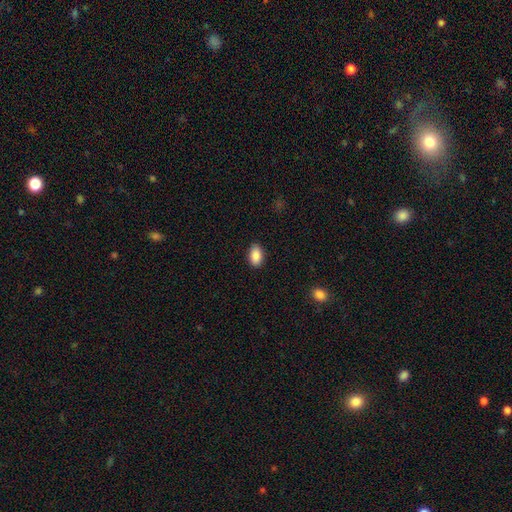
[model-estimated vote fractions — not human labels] Smooth or featured: smooth — 89% (star or artifact — 7%)
How rounded: in between — 91% (round — 7%)
Merging: none — 87% (minor disturbance — 10%)